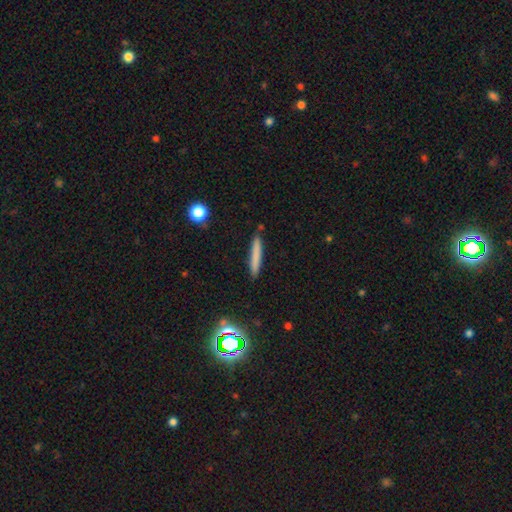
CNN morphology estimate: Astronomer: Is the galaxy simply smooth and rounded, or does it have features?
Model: smooth — 75%.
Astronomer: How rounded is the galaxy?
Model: cigar-shaped — 95%.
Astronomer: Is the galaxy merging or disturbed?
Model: none — 88%.